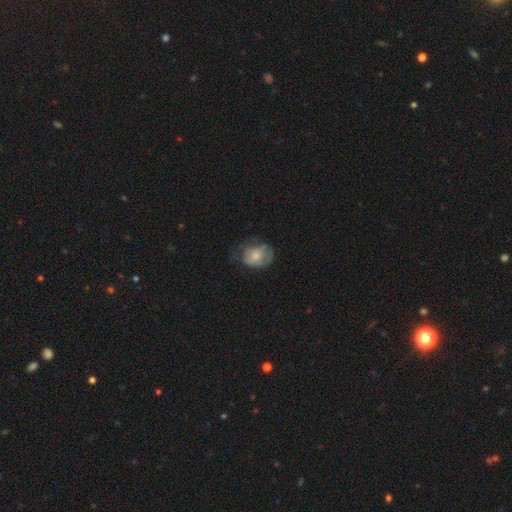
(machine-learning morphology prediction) Q: Smooth or featured?
A: smooth (65%); runner-up: featured or disk (28%)
Q: How rounded?
A: in between (61%); runner-up: round (38%)
Q: Merging?
A: none (42%); runner-up: minor disturbance (33%)